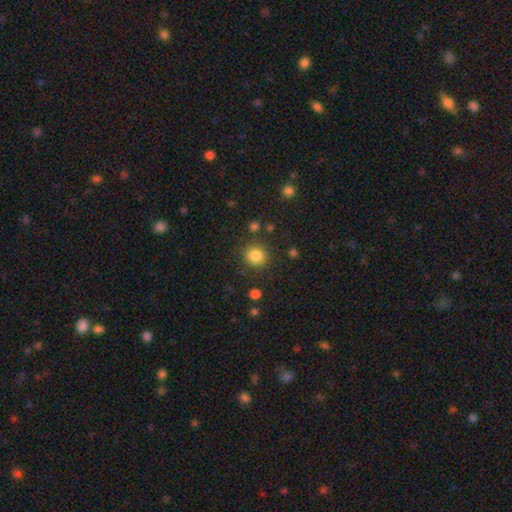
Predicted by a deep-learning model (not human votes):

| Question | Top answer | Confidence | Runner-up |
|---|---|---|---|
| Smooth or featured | smooth | 84% | star or artifact (11%) |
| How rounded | round | 90% | in between (10%) |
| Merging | none | 86% | minor disturbance (8%) |